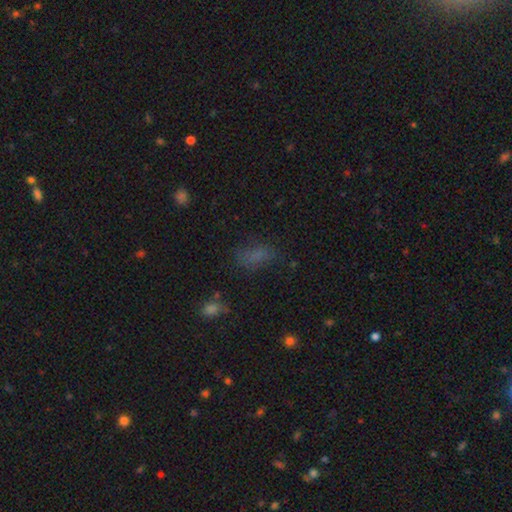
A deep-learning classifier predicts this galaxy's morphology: Overall: smooth (66%). How rounded: in between (82%). Merging: none (62%).